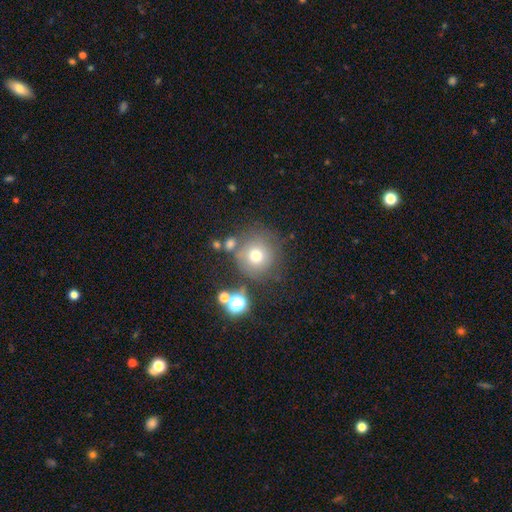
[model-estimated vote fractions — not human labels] This is likely a smooth galaxy (71%). How rounded: clearly round (93%). Merging: likely none (68%).